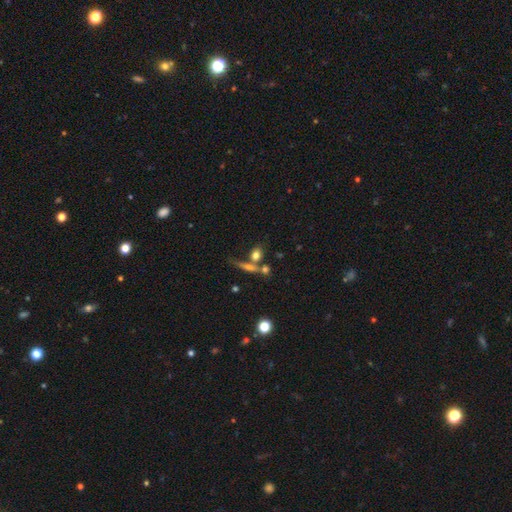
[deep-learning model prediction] smooth_or_featured: smooth (p=0.69) [alt: featured or disk p=0.18]
how_rounded: round (p=0.51) [alt: in between p=0.34]
merging: none (p=0.52) [alt: merger p=0.30]